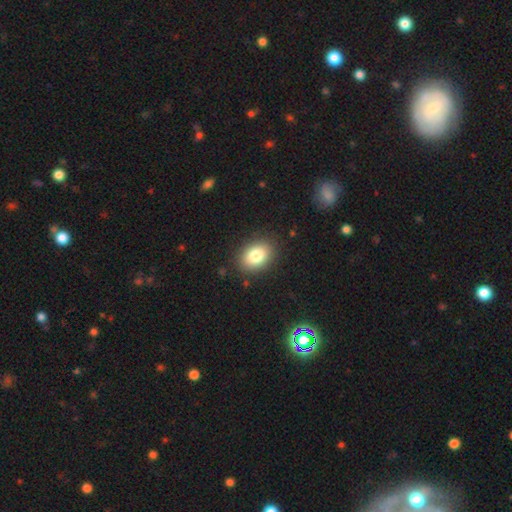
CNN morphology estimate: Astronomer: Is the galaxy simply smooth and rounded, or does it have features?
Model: smooth — 82%.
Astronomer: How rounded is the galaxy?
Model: in between — 71%.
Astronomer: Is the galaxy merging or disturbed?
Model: none — 87%.